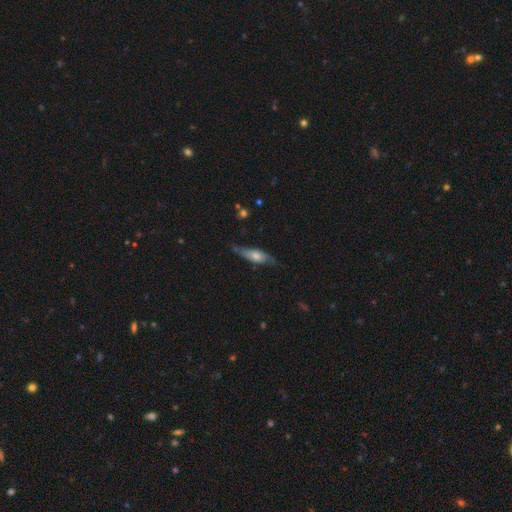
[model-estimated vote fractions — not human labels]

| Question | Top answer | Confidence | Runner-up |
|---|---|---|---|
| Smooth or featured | smooth | 50% | featured or disk (44%) |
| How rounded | in between | 51% | cigar-shaped (46%) |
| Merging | none | 62% | minor disturbance (28%) |